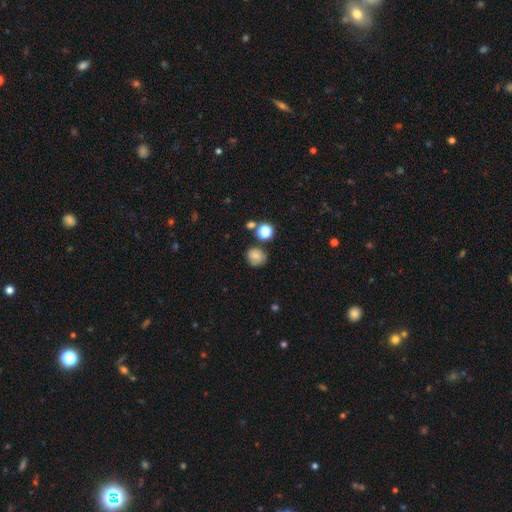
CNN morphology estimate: smooth_or_featured: smooth (p=0.75) [alt: featured or disk p=0.13]
how_rounded: round (p=0.81) [alt: in between p=0.18]
merging: none (p=0.68) [alt: minor disturbance p=0.19]